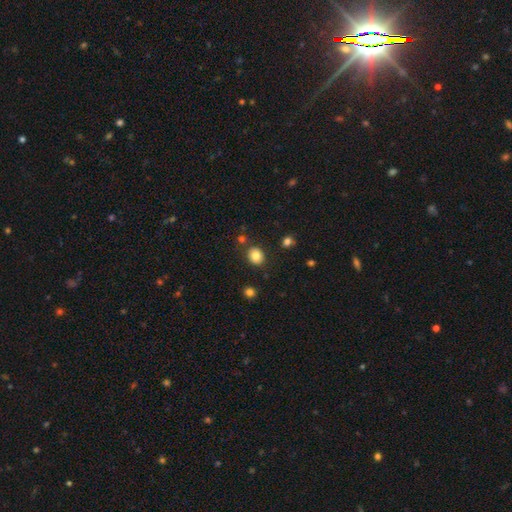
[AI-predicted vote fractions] Smooth or featured? Predicted: smooth (p=0.83). How rounded? Predicted: round (p=0.62). Merging? Predicted: none (p=0.84).